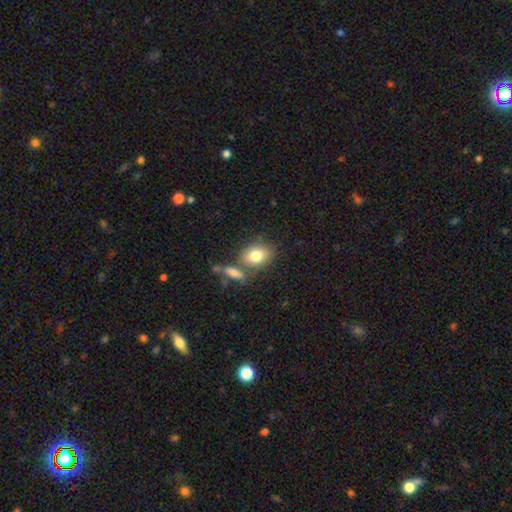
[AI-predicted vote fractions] Smooth or featured: smooth — 80% (featured or disk — 12%)
How rounded: in between — 71% (round — 28%)
Merging: none — 58% (merger — 24%)